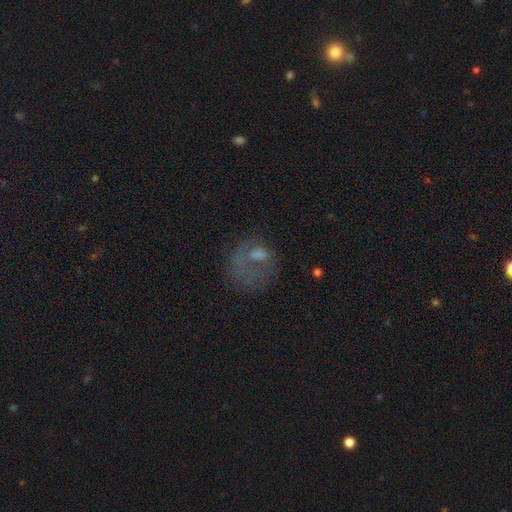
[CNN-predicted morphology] This is marginally a featured or disk galaxy (44%). Merging: marginally major disturbance (45%).